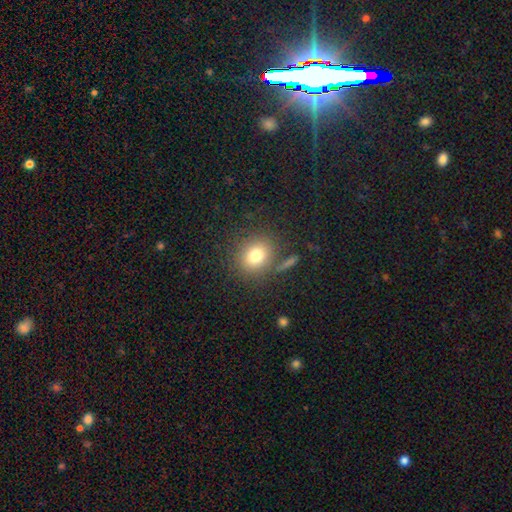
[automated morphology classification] Smooth or featured: smooth — 77% (star or artifact — 13%)
How rounded: round — 68% (in between — 30%)
Merging: none — 79% (minor disturbance — 11%)